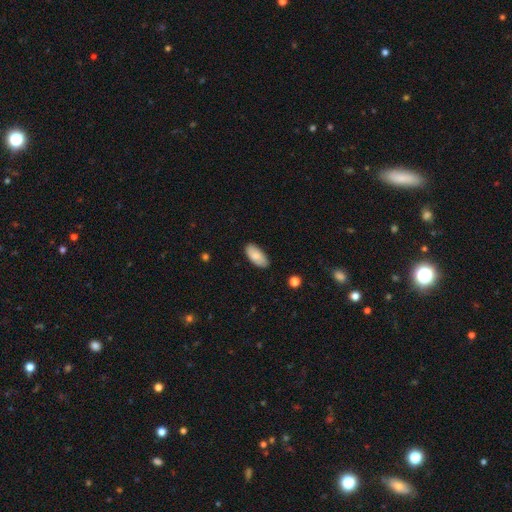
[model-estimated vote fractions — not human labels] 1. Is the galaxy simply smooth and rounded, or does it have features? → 80% smooth, 14% featured or disk, 6% star or artifact.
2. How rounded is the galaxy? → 93% in between, 5% cigar-shaped, 2% round.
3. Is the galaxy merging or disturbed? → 84% none, 12% minor disturbance, 2% major disturbance, 1% merger.